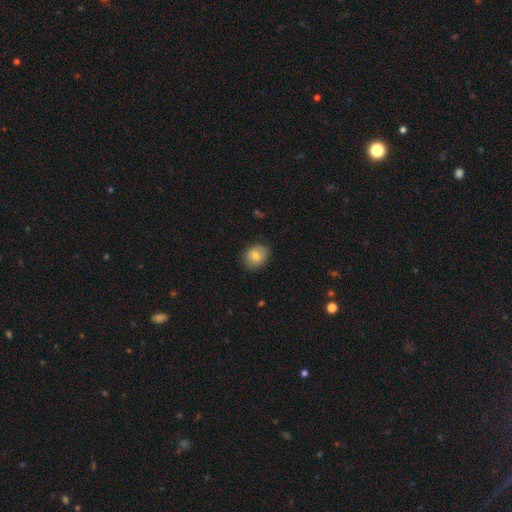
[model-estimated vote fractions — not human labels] This appears to be a smooth galaxy with no disk features (78%) that is round (53%). Merging: none (83%).